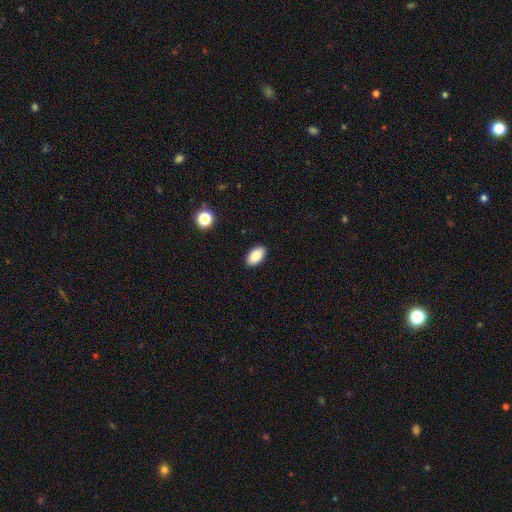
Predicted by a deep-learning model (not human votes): The model was most divided on "smooth or featured": smooth: 86%, star or artifact: 8%, featured or disk: 7%. More confident: how rounded — in between (94%); merging — none (90%).